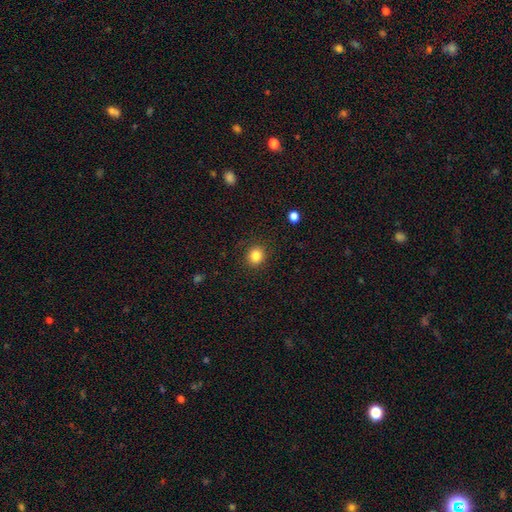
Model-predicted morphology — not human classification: Smooth or featured? smooth (84%)
How rounded? round (82%)
Merging? none (89%)